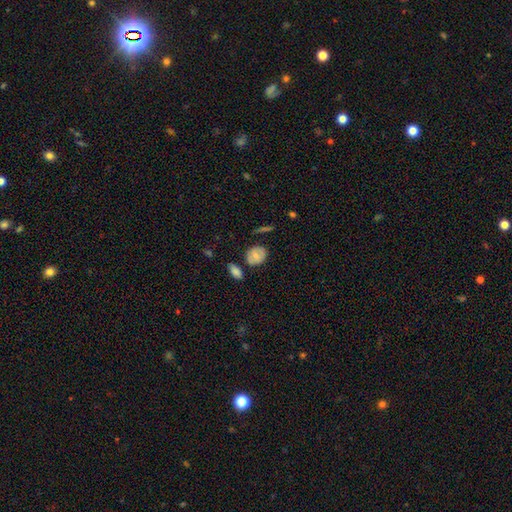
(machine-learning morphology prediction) smooth_or_featured: smooth (p=0.72) [alt: featured or disk p=0.20]
how_rounded: round (p=0.55) [alt: in between p=0.43]
merging: none (p=0.71) [alt: minor disturbance p=0.18]